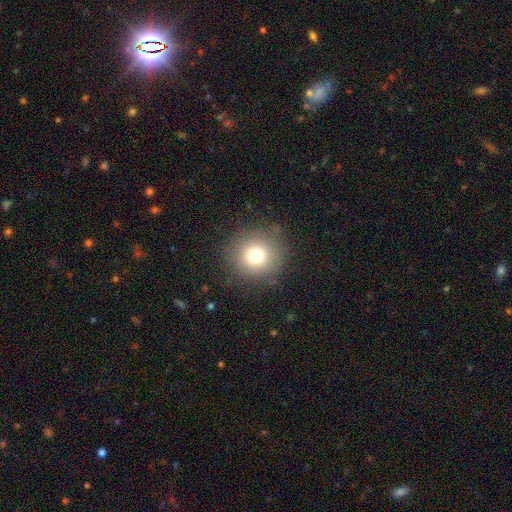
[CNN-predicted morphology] smooth_or_featured: smooth (p=0.74) [alt: star or artifact p=0.14]
how_rounded: round (p=0.94) [alt: in between p=0.05]
merging: none (p=0.85) [alt: minor disturbance p=0.09]